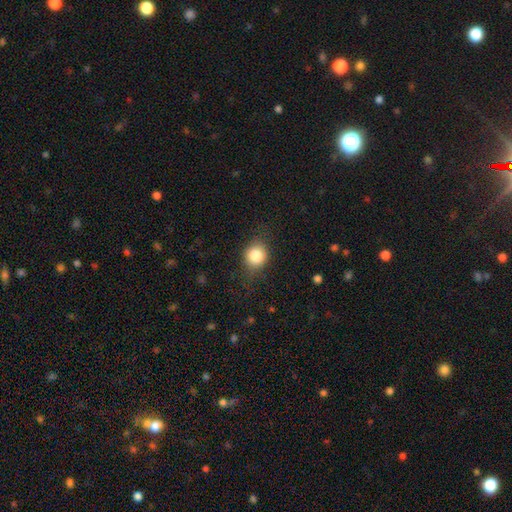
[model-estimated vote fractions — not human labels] Smooth or featured?
  - smooth: 82% *
  - star or artifact: 10%
  - featured or disk: 8%
How rounded?
  - round: 74% *
  - in between: 25%
  - cigar-shaped: 1%
Merging?
  - none: 76% *
  - minor disturbance: 17%
  - major disturbance: 6%
  - merger: 1%